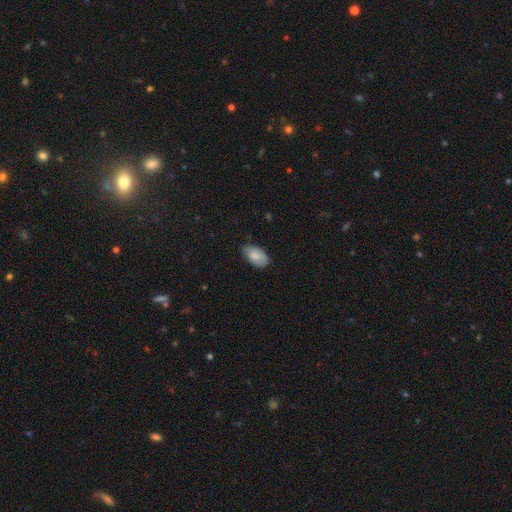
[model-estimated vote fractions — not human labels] A smooth galaxy with no disk features (83%) that is in between round and cigar-shaped (94%). Merging: none (69%).